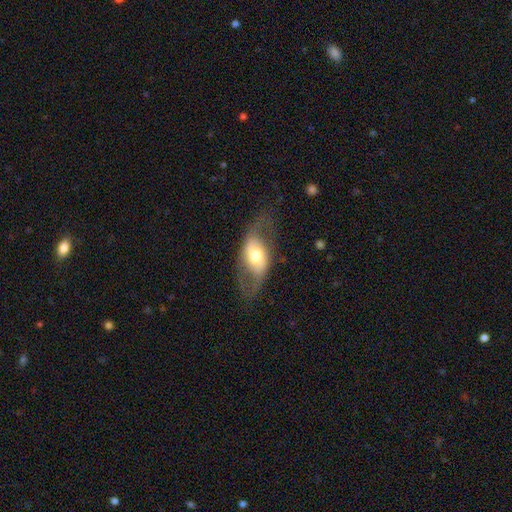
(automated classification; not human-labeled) Smooth or featured: featured or disk — 60% (smooth — 34%)
Edge-on disk: no — 88% (yes — 12%)
Bar: no — 48% (weak — 33%)
Spiral arms: yes — 67% (no — 33%)
Bulge size: moderate — 61% (large — 24%)
Merging: none — 65% (minor disturbance — 18%)